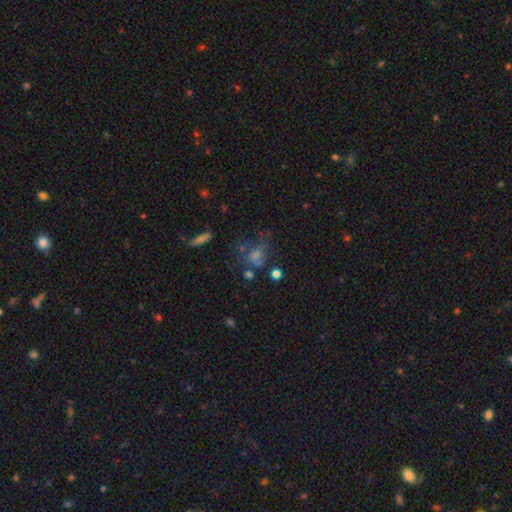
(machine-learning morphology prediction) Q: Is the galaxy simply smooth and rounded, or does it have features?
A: smooth — 39%.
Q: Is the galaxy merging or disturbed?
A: none — 42%.